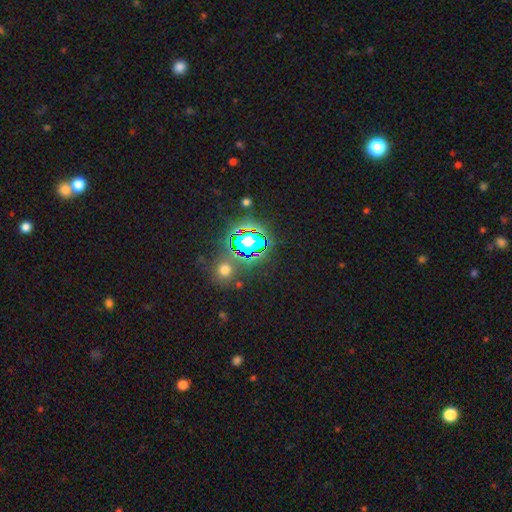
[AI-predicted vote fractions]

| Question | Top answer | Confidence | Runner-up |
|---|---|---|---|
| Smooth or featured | star or artifact | 81% | smooth (12%) |